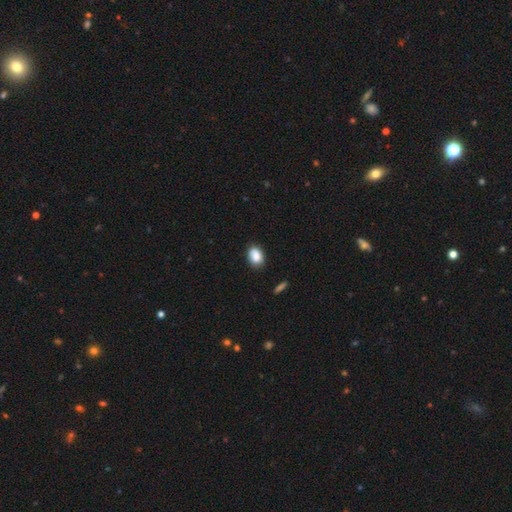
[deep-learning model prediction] Smooth or featured?
  - smooth: 87% *
  - star or artifact: 8%
  - featured or disk: 5%
How rounded?
  - in between: 81% *
  - round: 18%
  - cigar-shaped: 1%
Merging?
  - none: 79% *
  - minor disturbance: 16%
  - major disturbance: 3%
  - merger: 2%